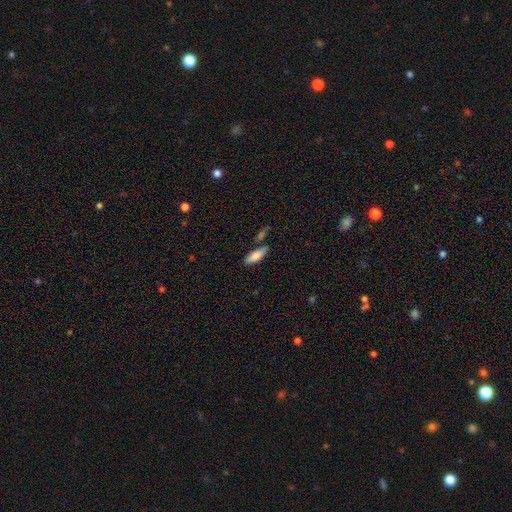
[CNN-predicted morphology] Q: Smooth or featured?
A: smooth (81%); runner-up: featured or disk (12%)
Q: How rounded?
A: in between (64%); runner-up: cigar-shaped (34%)
Q: Merging?
A: none (71%); runner-up: minor disturbance (14%)